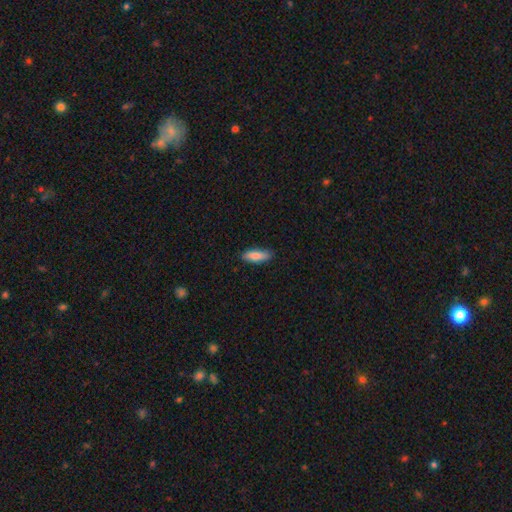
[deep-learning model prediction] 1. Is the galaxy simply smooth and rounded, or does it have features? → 84% smooth, 10% featured or disk, 6% star or artifact.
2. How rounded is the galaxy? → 57% in between, 41% cigar-shaped, 2% round.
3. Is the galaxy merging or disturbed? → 86% none, 11% minor disturbance, 2% major disturbance, 1% merger.